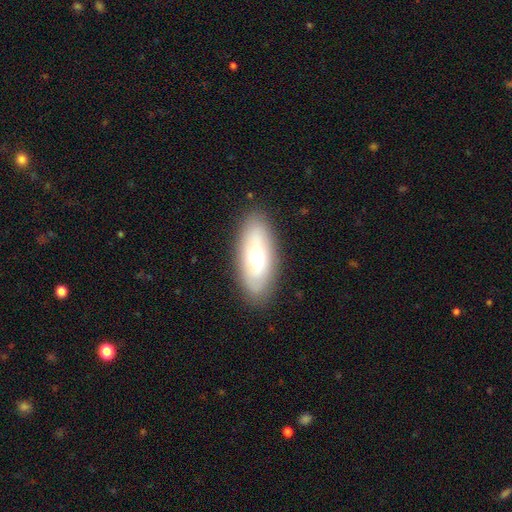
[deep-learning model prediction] Smooth or featured?
  - smooth: 54% *
  - featured or disk: 39%
  - star or artifact: 7%
How rounded?
  - in between: 82% *
  - cigar-shaped: 16%
  - round: 3%
Merging?
  - none: 85% *
  - minor disturbance: 11%
  - major disturbance: 3%
  - merger: 1%